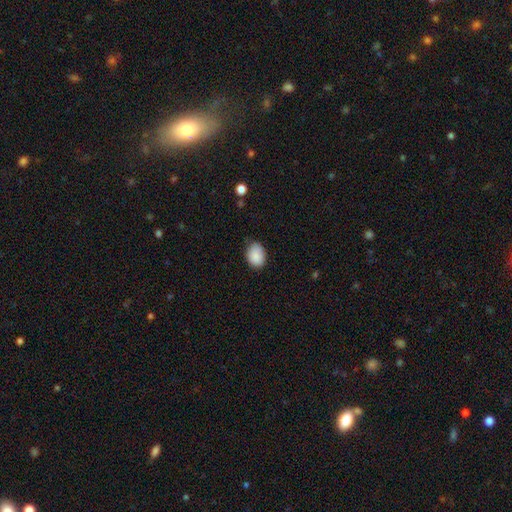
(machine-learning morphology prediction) The model was most divided on "how rounded": in between: 68%, round: 31%, cigar-shaped: 1%. More confident: smooth or featured — smooth (88%); merging — none (71%).